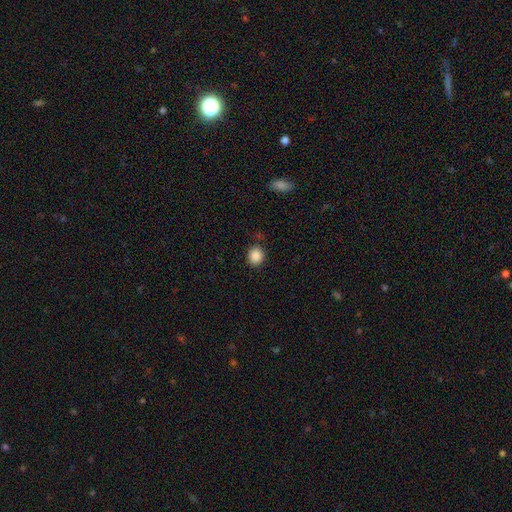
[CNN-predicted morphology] smooth_or_featured: smooth (p=0.88) [alt: star or artifact p=0.10]
how_rounded: round (p=0.81) [alt: in between p=0.18]
merging: none (p=0.84) [alt: minor disturbance p=0.10]